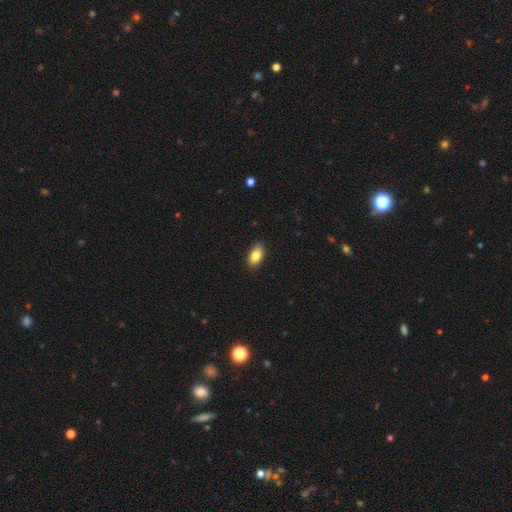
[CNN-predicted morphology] Smooth or featured? Predicted: smooth (p=0.84). How rounded? Predicted: in between (p=0.91). Merging? Predicted: none (p=0.87).